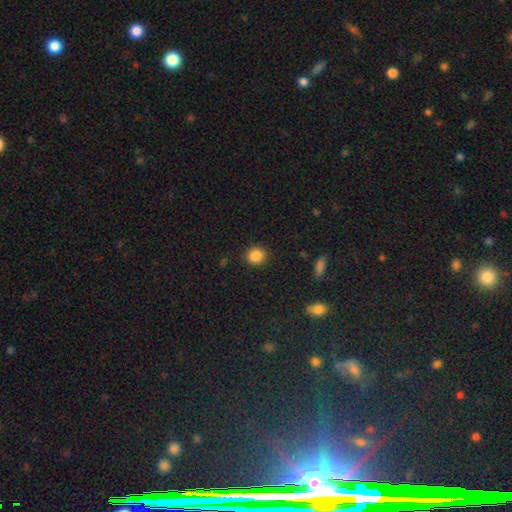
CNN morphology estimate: Smooth or featured?
  - smooth: 87% *
  - star or artifact: 10%
  - featured or disk: 3%
How rounded?
  - round: 80% *
  - in between: 19%
  - cigar-shaped: 1%
Merging?
  - none: 89% *
  - minor disturbance: 7%
  - major disturbance: 2%
  - merger: 1%